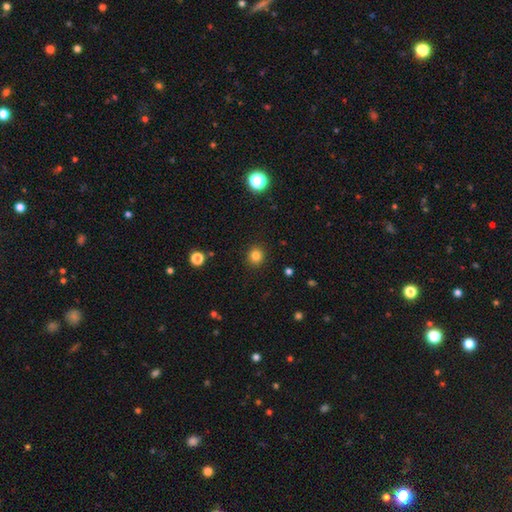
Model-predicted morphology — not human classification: Q: Smooth or featured?
A: smooth (82%); runner-up: star or artifact (13%)
Q: How rounded?
A: round (88%); runner-up: in between (12%)
Q: Merging?
A: none (91%); runner-up: minor disturbance (6%)